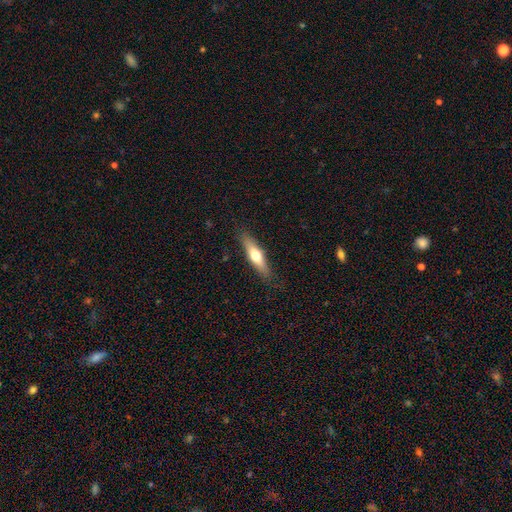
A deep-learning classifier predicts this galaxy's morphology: type=smooth (56%); roundness=cigar-shaped (69%); merging=none (85%).